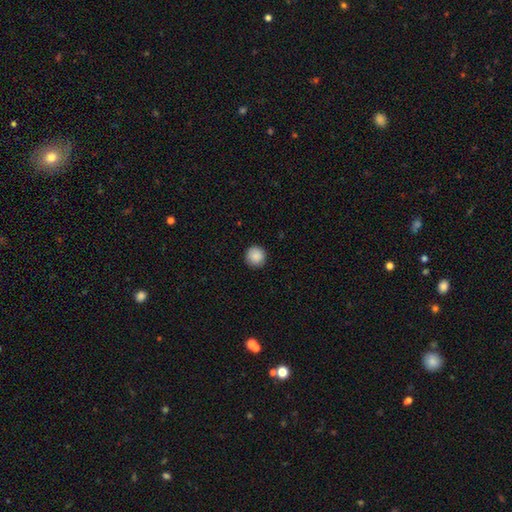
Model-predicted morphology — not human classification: Overall: smooth (89%). How rounded: round (96%). Merging: none (92%).